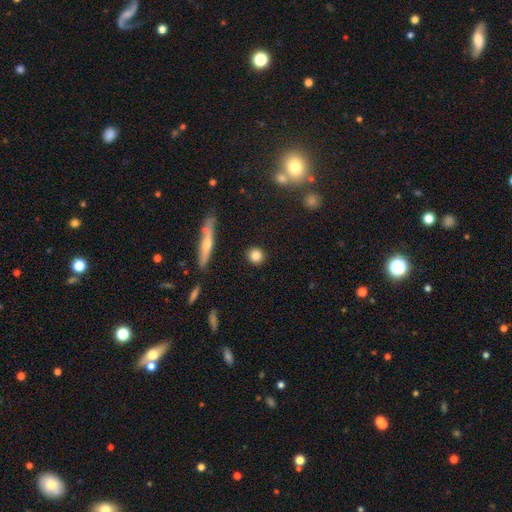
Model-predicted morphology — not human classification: The model was most divided on "smooth or featured": smooth: 83%, star or artifact: 9%, featured or disk: 9%. More confident: merging — none (90%); how rounded — round (88%).